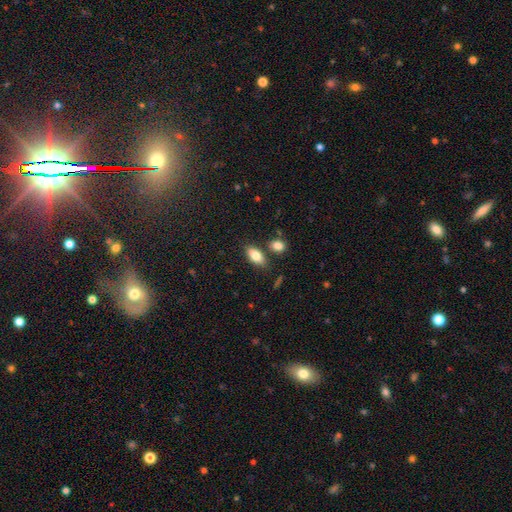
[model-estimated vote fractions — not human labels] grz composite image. It shows a smooth galaxy with no disk features (82%) that is in between round and cigar-shaped (88%). Merging: none (76%).